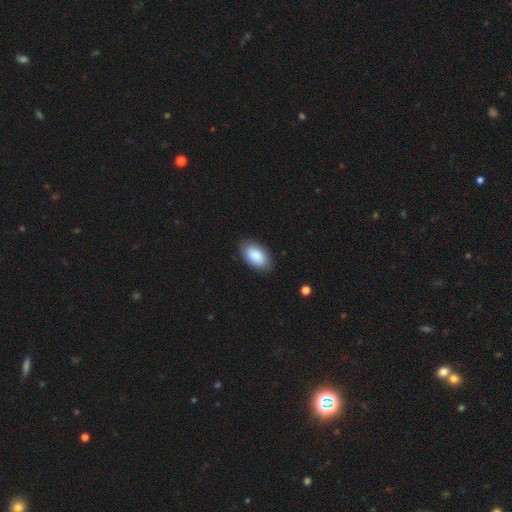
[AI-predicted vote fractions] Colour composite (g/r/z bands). It shows a smooth galaxy with no disk features (89%) that is in between round and cigar-shaped (95%). Merging: none (86%).